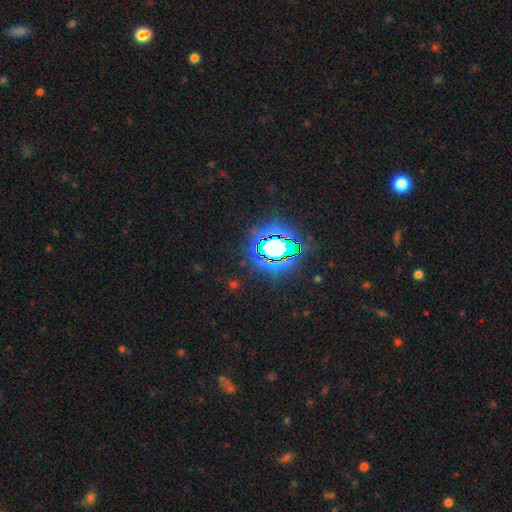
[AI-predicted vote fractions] smooth-or-featured: star or artifact: 84% | smooth: 10% | featured or disk: 7%